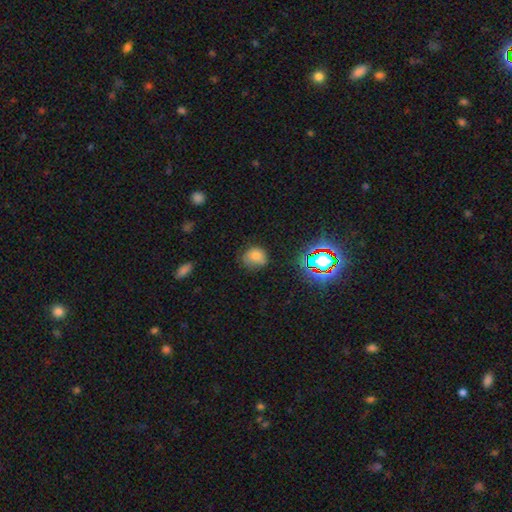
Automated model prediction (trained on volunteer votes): smooth 72%, star or artifact 18%, featured or disk 11%. Down the decision tree: how rounded — round (70%); merging — none (58%).